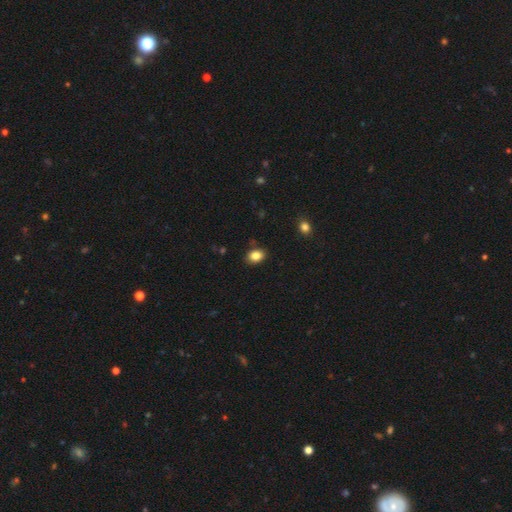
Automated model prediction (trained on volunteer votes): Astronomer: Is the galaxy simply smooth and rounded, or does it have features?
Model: smooth — 86%.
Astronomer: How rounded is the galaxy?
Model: in between — 69%.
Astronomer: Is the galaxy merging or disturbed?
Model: none — 85%.